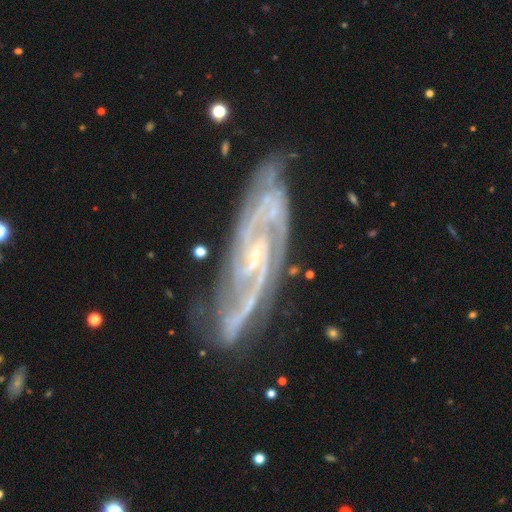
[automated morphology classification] Smooth or featured?
  - featured or disk: 90% *
  - star or artifact: 6%
  - smooth: 4%
Edge-on disk?
  - no: 88% *
  - yes: 12%
Bar?
  - no: 43% *
  - weak: 40%
  - strong: 16%
Spiral arms?
  - yes: 98% *
  - no: 2%
Spiral winding?
  - medium: 45% *
  - tight: 44%
  - loose: 11%
Spiral arm count?
  - 2: 58% *
  - 3: 16%
  - can't tell: 12%
  - 4: 5%
  - more than 4: 4%
  - 1: 4%
Bulge size?
  - small: 73% *
  - moderate: 20%
  - none: 5%
  - large: 1%
  - dominant: 1%
Merging?
  - none: 74% *
  - minor disturbance: 17%
  - major disturbance: 6%
  - merger: 2%